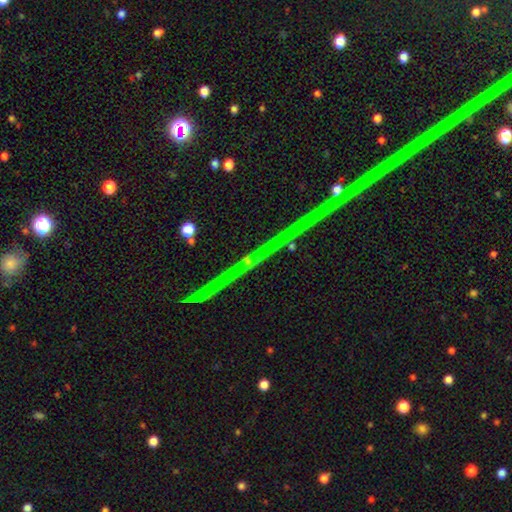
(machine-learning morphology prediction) This appears to be a star or artifact, not a galaxy (75%).